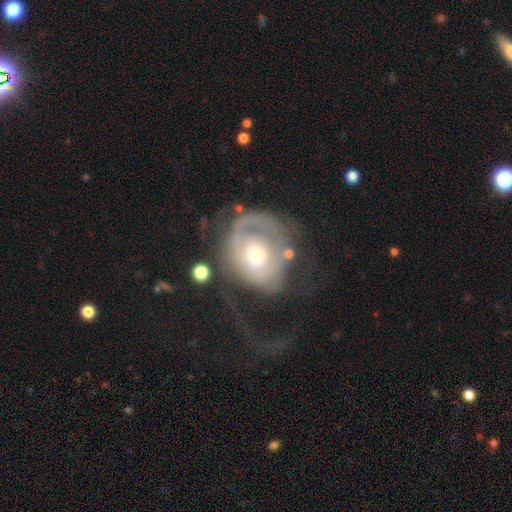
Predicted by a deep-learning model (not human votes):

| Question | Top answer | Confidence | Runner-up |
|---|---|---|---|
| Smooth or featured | featured or disk | 66% | smooth (27%) |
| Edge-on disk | no | 96% | yes (4%) |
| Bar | no | 78% | weak (18%) |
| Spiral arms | yes | 65% | no (35%) |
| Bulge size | moderate | 51% | small (39%) |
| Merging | major disturbance | 48% | none (30%) |